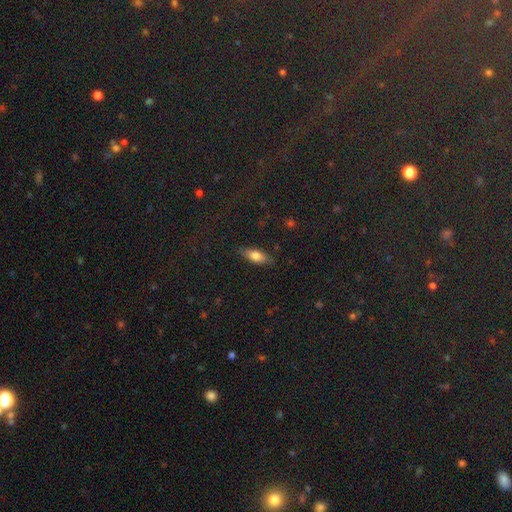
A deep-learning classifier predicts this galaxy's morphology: Smooth or featured? smooth (72%)
How rounded? in between (72%)
Merging? none (84%)